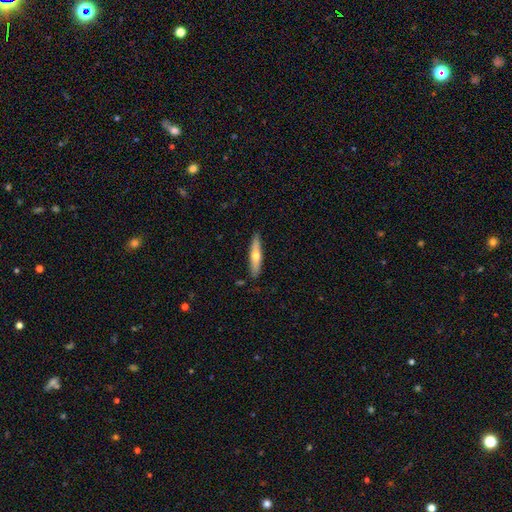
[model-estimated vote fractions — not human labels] smooth-or-featured: smooth: 49% | featured or disk: 45% | star or artifact: 5%
  merging: none: 87% | minor disturbance: 9% | major disturbance: 2% | merger: 2%